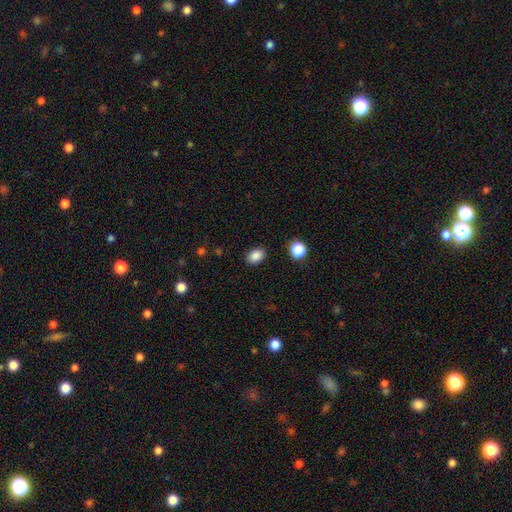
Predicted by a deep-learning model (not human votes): Smooth or featured?
  - smooth: 87% *
  - star or artifact: 9%
  - featured or disk: 4%
How rounded?
  - in between: 78% *
  - round: 21%
  - cigar-shaped: 1%
Merging?
  - none: 87% *
  - minor disturbance: 9%
  - major disturbance: 2%
  - merger: 2%